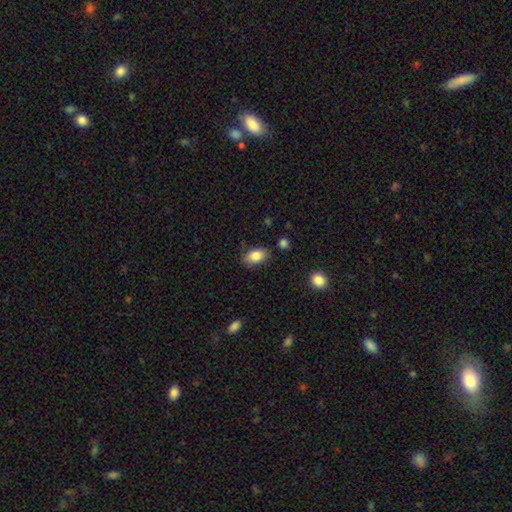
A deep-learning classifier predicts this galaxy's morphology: type=smooth (85%); roundness=in between (90%); merging=none (81%).